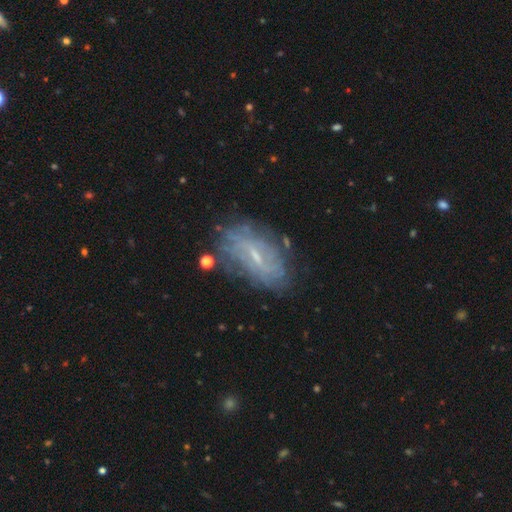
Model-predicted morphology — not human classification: This appears to be a featured or disk galaxy (69%) with a weak bar (53%), spiral arms (72%) and a small central bulge (72%). Merging: none (71%).